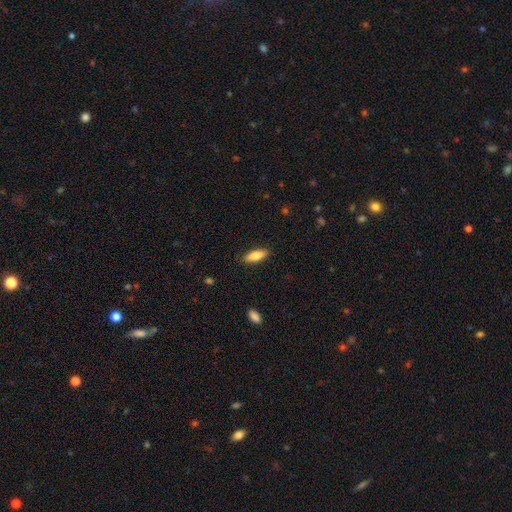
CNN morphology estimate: The model was most divided on "how rounded": in between: 64%, cigar-shaped: 35%, round: 2%. More confident: merging — none (88%); smooth or featured — smooth (82%).